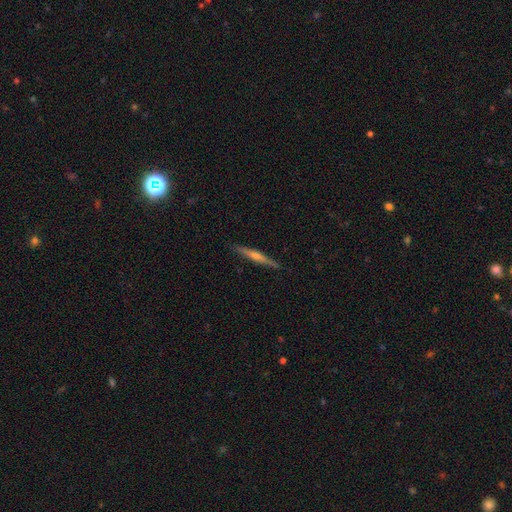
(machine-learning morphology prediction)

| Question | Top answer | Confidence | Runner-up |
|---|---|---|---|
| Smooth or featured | featured or disk | 72% | smooth (20%) |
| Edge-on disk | yes | 98% | no (2%) |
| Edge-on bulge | rounded | 79% | none (13%) |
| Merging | none | 91% | minor disturbance (7%) |